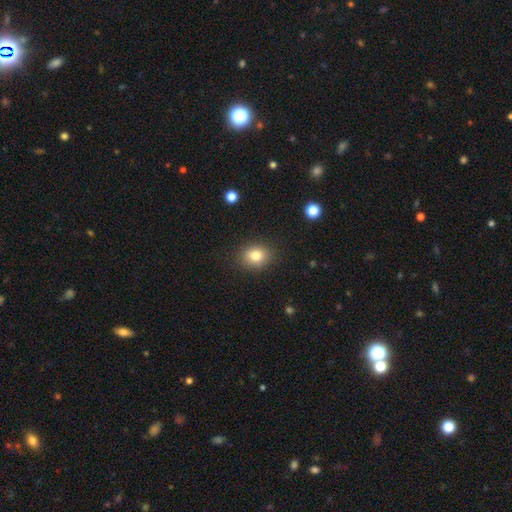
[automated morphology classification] A smooth galaxy with no disk features (81%) that is round (63%).

Vote fractions:
- Smooth or featured? smooth: 81% / star or artifact: 11% / featured or disk: 8%
- How rounded? round: 63% / in between: 36% / cigar-shaped: 1%
- Merging? none: 87% / minor disturbance: 9% / major disturbance: 3% / merger: 1%